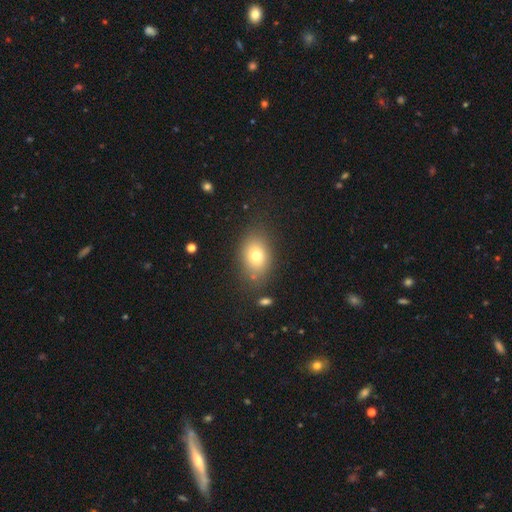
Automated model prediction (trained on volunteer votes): Smooth or featured? smooth (74%)
How rounded? in between (72%)
Merging? none (79%)